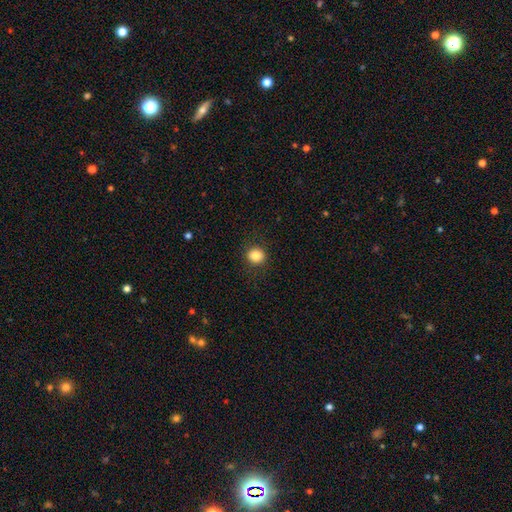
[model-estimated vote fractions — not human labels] This appears to be a smooth galaxy with no disk features (84%) that is round (87%). Merging: none (90%).